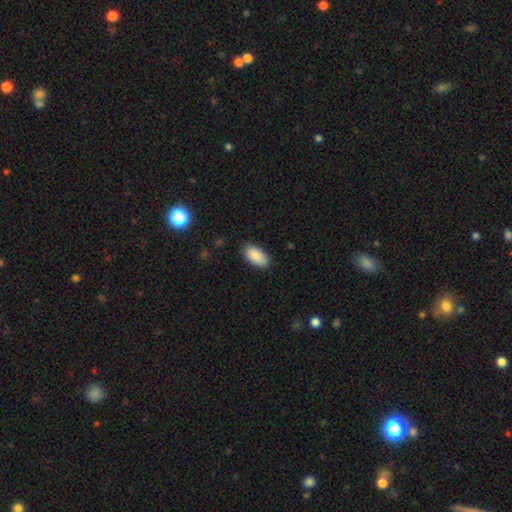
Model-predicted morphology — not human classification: smooth 89%, star or artifact 6%, featured or disk 4%. Down the decision tree: how rounded — in between (94%); merging — none (85%).